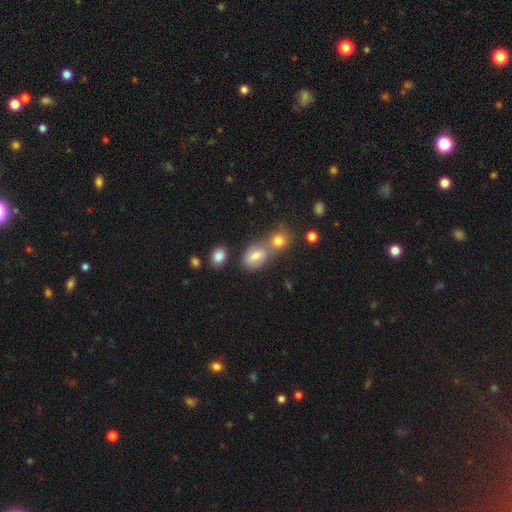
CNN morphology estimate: A smooth galaxy with no disk features (68%) that is in between round and cigar-shaped (73%). Merging: none (43%).